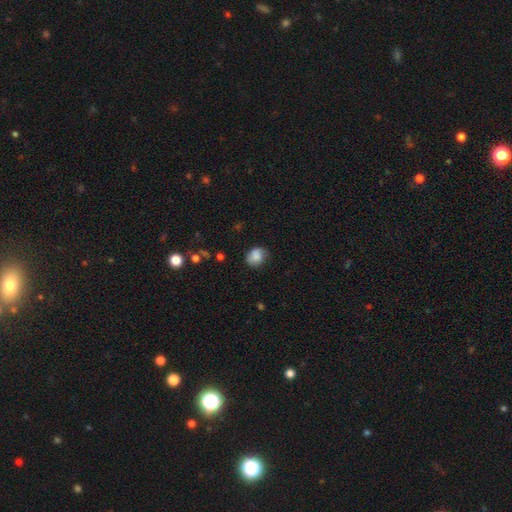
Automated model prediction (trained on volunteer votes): This is clearly a smooth galaxy (81%). How rounded: possibly round (55%). Merging: likely none (68%).